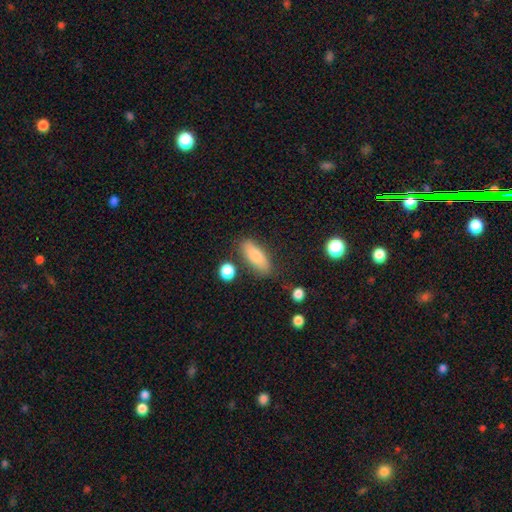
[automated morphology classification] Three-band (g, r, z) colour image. It shows a smooth galaxy with no disk features (83%) that is in between round and cigar-shaped (70%). Merging: none (76%).